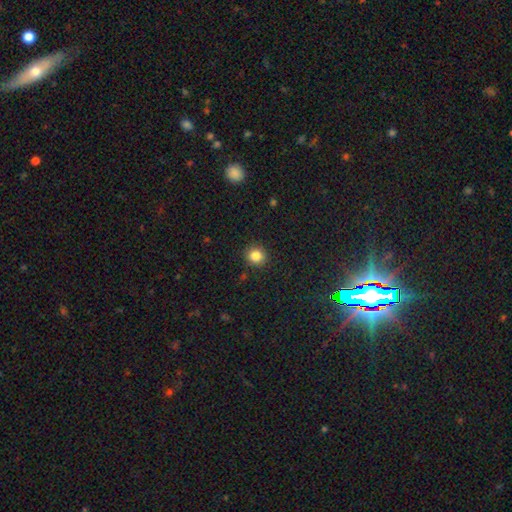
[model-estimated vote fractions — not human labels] Smooth or featured?
  - smooth: 84% *
  - star or artifact: 11%
  - featured or disk: 5%
How rounded?
  - round: 90% *
  - in between: 10%
  - cigar-shaped: 1%
Merging?
  - none: 90% *
  - minor disturbance: 7%
  - major disturbance: 2%
  - merger: 1%